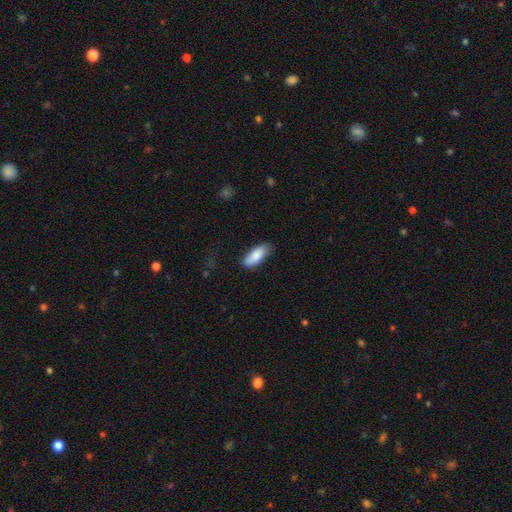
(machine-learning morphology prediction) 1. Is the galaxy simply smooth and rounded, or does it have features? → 86% smooth, 9% featured or disk, 6% star or artifact.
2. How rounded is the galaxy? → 78% in between, 20% cigar-shaped, 2% round.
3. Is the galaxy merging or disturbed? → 76% none, 19% minor disturbance, 3% major disturbance, 2% merger.